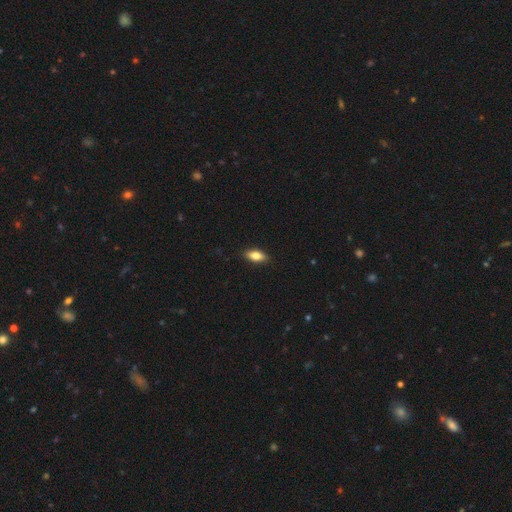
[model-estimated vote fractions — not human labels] A smooth galaxy with no disk features (80%) that is in between round and cigar-shaped (85%).

Vote fractions:
- Smooth or featured? smooth: 80% / featured or disk: 13% / star or artifact: 7%
- How rounded? in between: 85% / cigar-shaped: 11% / round: 4%
- Merging? none: 88% / minor disturbance: 9% / major disturbance: 2% / merger: 1%